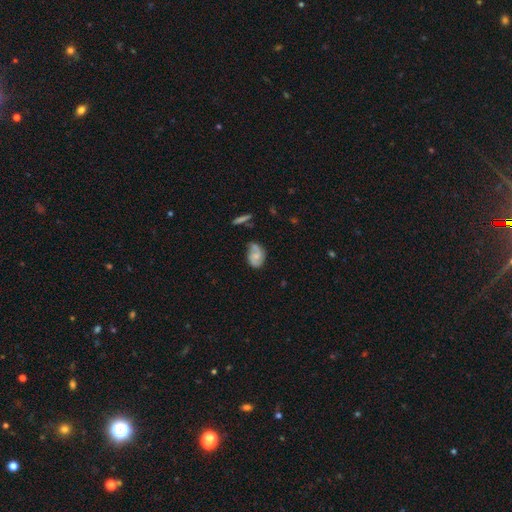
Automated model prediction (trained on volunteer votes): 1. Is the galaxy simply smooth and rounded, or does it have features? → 52% featured or disk, 41% smooth, 8% star or artifact.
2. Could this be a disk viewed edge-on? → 96% no, 4% yes.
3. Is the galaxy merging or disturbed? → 56% none, 29% minor disturbance, 10% major disturbance, 5% merger.